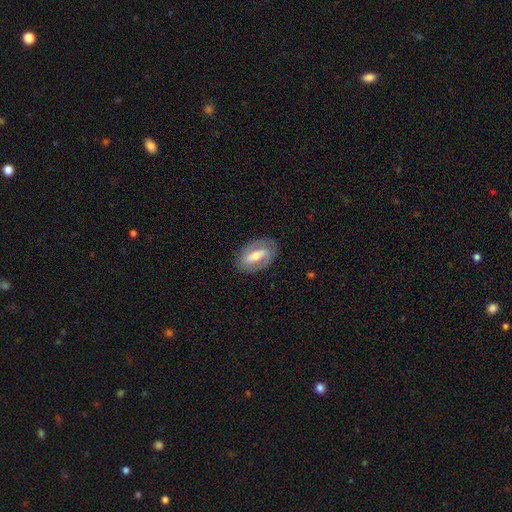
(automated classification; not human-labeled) The model was most divided on "bar": strong: 45%, weak: 36%, no: 19%. More confident: edge-on disk — no (93%); merging — none (82%); spiral arms — yes (75%); smooth or featured — featured or disk (70%); bulge size — moderate (58%).